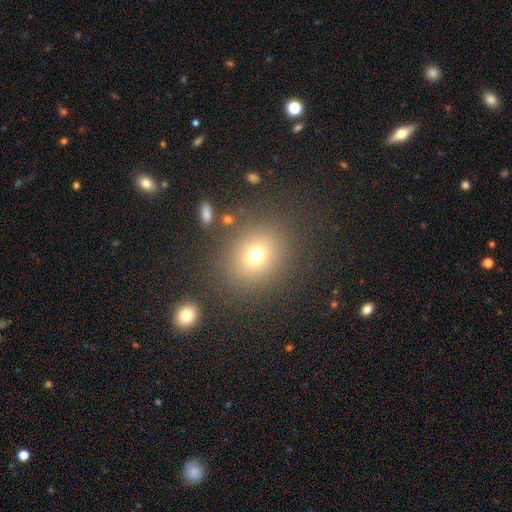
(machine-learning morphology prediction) Overall: smooth (72%). How rounded: round (70%). Merging: none (82%).